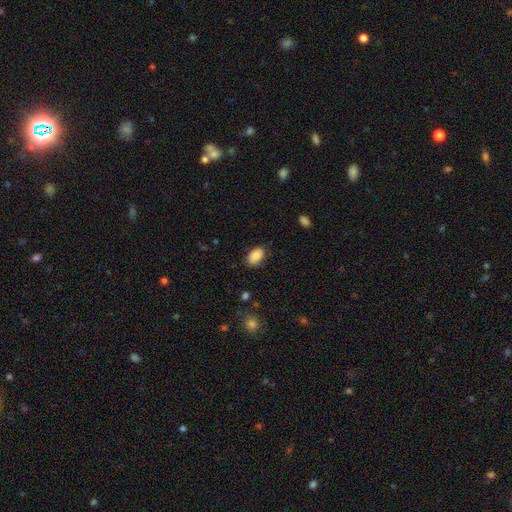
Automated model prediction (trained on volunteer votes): Overall: smooth (88%). How rounded: in between (89%). Merging: none (81%).